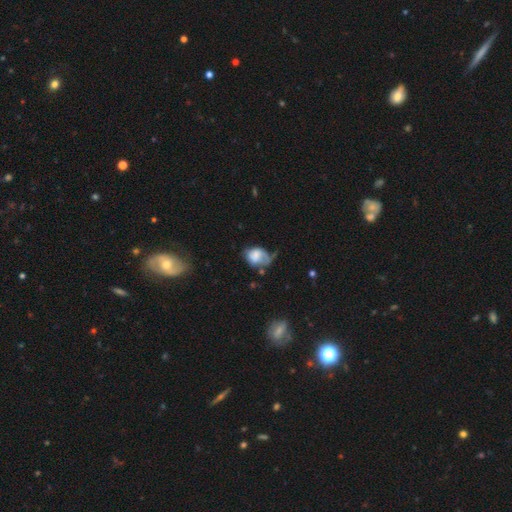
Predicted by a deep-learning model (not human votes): Smooth or featured? Predicted: smooth (p=0.59). How rounded? Predicted: in between (p=0.67). Merging? Predicted: minor disturbance (p=0.32).